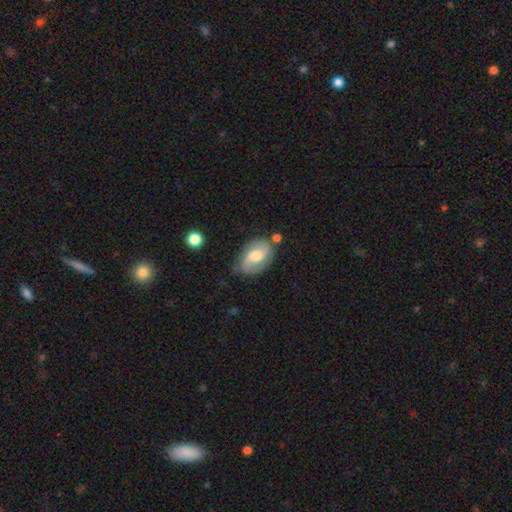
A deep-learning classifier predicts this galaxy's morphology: This is likely a featured or disk galaxy (65%). It is clearly not viewed edge-on (96%). Bar: possibly weak (47%). Spiral arm pattern: clearly yes (89%). Spiral arm count: clearly 2 (86%). Spiral winding: possibly medium (47%). Central bulge: likely moderate (62%). Merging: likely none (69%).